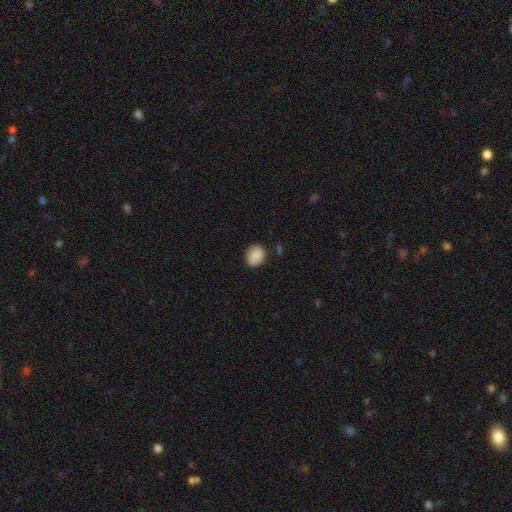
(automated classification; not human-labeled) This appears to be a smooth galaxy with no disk features (86%) that is round (50%). Merging: none (78%).